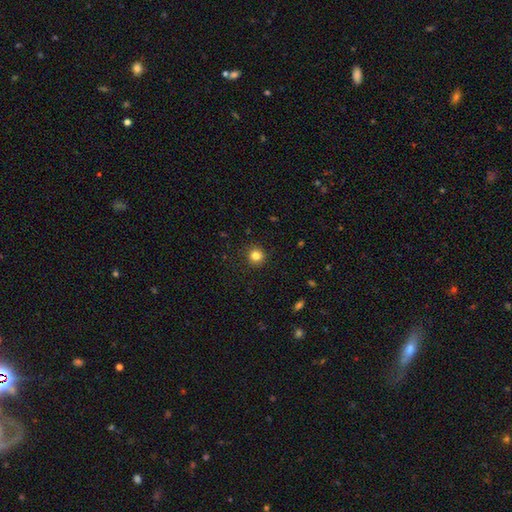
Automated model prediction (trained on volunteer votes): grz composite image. It shows a smooth galaxy with no disk features (83%) that is round (93%). Merging: none (91%).